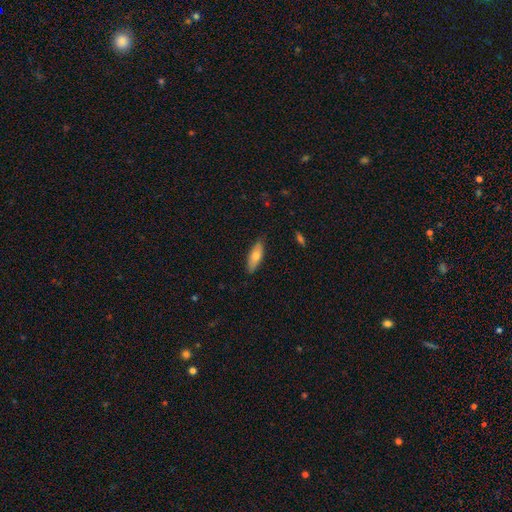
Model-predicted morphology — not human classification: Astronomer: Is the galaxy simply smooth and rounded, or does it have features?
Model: smooth — 68%.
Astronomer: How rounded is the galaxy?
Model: in between — 59% (runner-up: cigar-shaped, 39%).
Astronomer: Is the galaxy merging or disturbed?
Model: none — 86%.